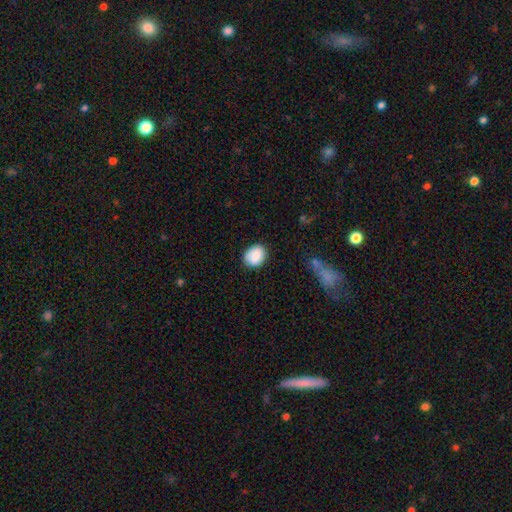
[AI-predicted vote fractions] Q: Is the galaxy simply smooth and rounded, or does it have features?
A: smooth — 84%.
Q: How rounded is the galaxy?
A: in between — 62%.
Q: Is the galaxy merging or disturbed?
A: none — 78%.